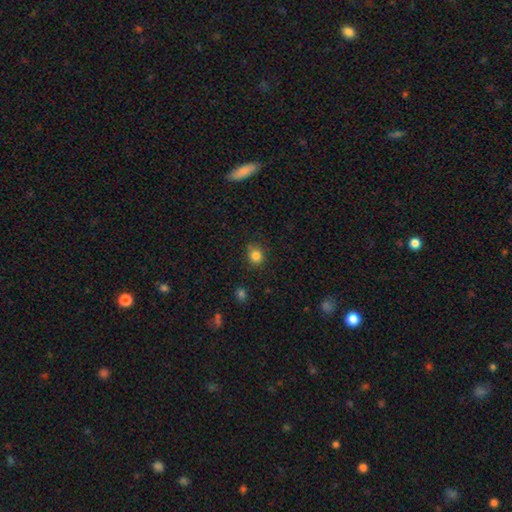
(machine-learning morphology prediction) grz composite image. It shows a smooth galaxy with no disk features (83%) that is round (84%). Merging: none (81%).